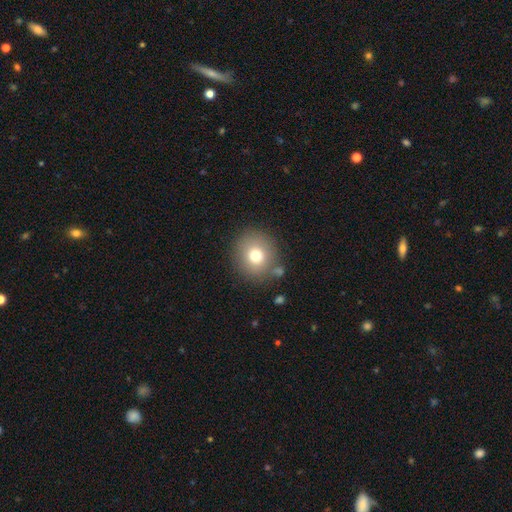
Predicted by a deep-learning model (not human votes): smooth-or-featured: smooth: 75% | featured or disk: 13% | star or artifact: 12%
  how-rounded: round: 87% | in between: 12% | cigar-shaped: 1%
  merging: none: 82% | minor disturbance: 10% | merger: 5% | major disturbance: 4%